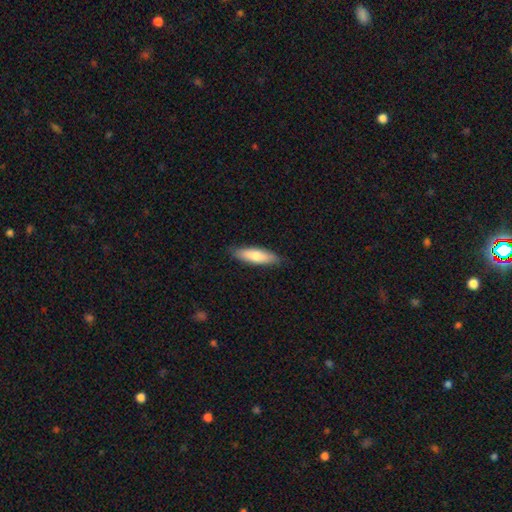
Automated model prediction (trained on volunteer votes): This is likely a smooth galaxy (75%). How rounded: possibly cigar-shaped (57%). Merging: clearly none (87%).